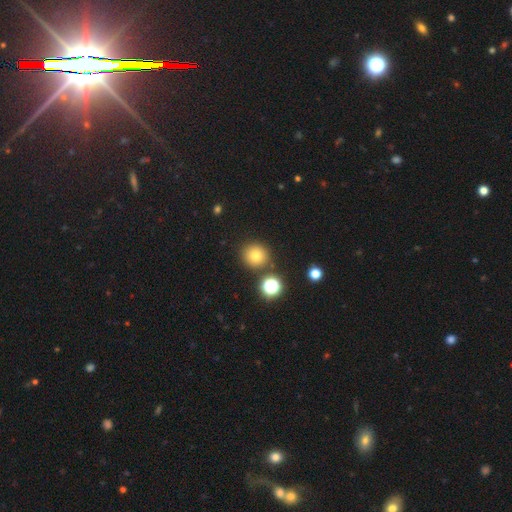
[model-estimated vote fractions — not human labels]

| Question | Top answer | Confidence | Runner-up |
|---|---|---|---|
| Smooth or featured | smooth | 76% | star or artifact (17%) |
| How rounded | round | 92% | in between (7%) |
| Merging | none | 84% | minor disturbance (7%) |